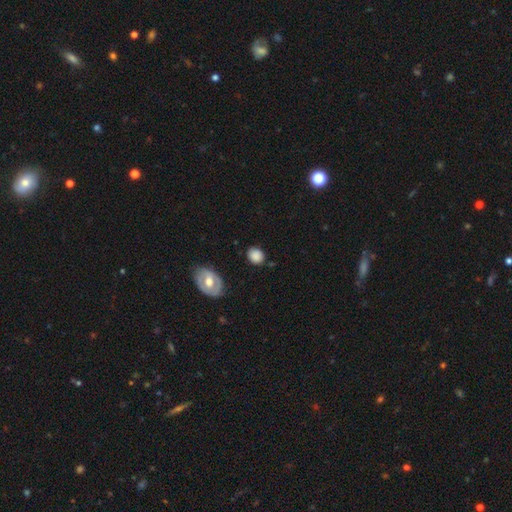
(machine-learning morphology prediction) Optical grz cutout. It shows a smooth galaxy with no disk features (83%) that is round (62%). Merging: none (78%).